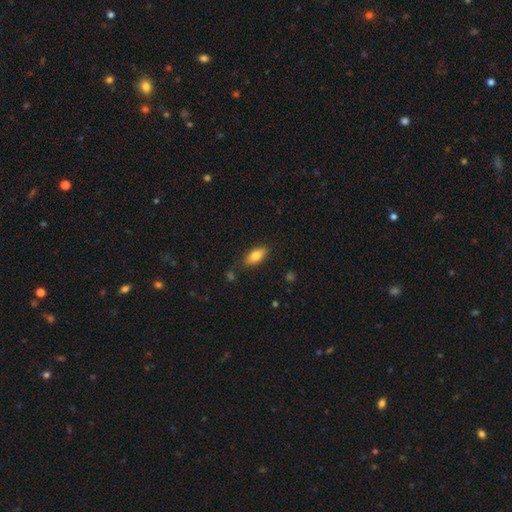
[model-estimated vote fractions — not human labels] This appears to be a smooth galaxy with no disk features (78%) that is in between round and cigar-shaped (85%). Merging: none (82%).